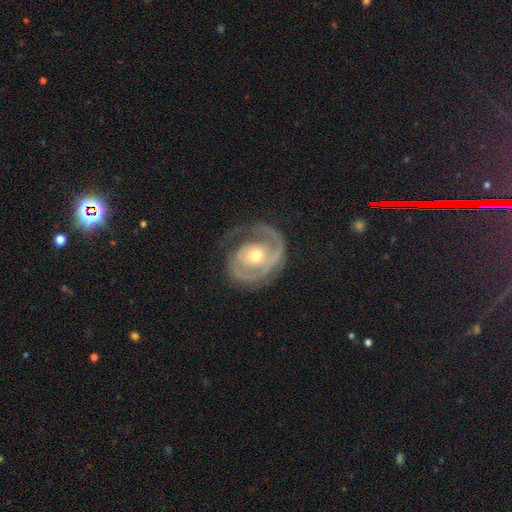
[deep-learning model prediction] Overall: featured or disk (84%). Edge-on disk: no (97%). Bar: no (72%). Spiral arms: yes (89%). Spiral arm count: 1 (45%; 2 35%). Spiral winding: tight (57%; medium 31%). Bulge size: moderate (55%; small 40%). Merging: none (55%; major disturbance 22%).